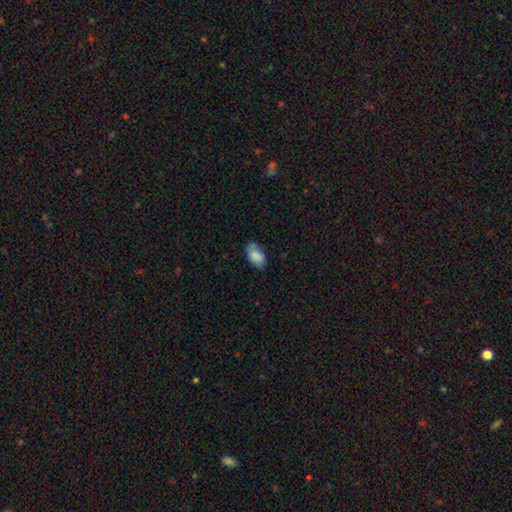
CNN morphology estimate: smooth-or-featured: smooth: 84% | featured or disk: 9% | star or artifact: 7%
  how-rounded: in between: 94% | round: 4% | cigar-shaped: 2%
  merging: none: 71% | minor disturbance: 23% | major disturbance: 4% | merger: 2%